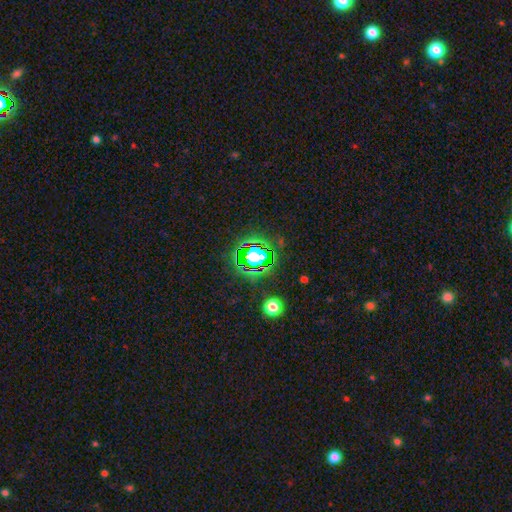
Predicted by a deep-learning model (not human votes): This is likely a star or artifact rather than a galaxy (69%).